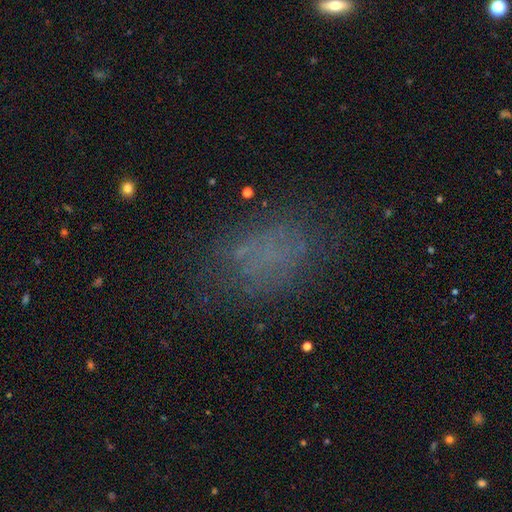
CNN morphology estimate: Smooth or featured? Predicted: smooth (p=0.53). How rounded? Predicted: in between (p=0.74). Merging? Predicted: none (p=0.67).